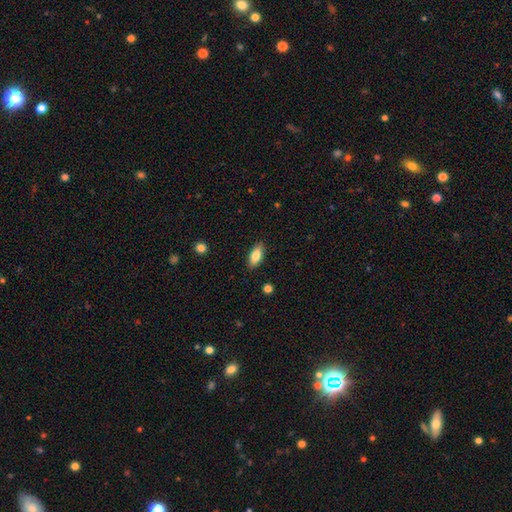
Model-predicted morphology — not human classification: Smooth or featured: smooth — 82% (featured or disk — 12%)
How rounded: in between — 84% (cigar-shaped — 14%)
Merging: none — 88% (minor disturbance — 9%)